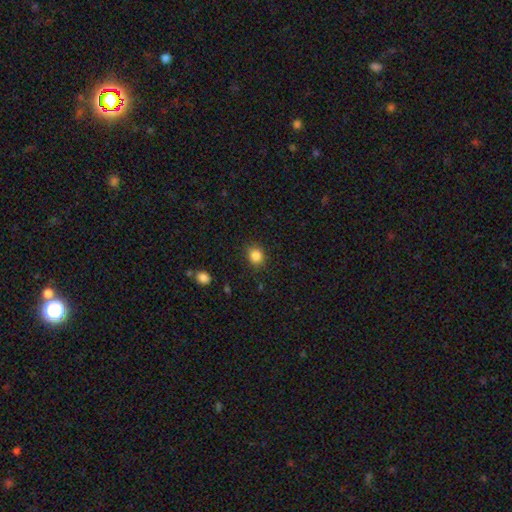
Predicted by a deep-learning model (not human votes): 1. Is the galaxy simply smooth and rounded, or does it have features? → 84% smooth, 11% star or artifact, 5% featured or disk.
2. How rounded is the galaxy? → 72% round, 27% in between, 1% cigar-shaped.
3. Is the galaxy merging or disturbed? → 87% none, 9% minor disturbance, 3% major disturbance, 1% merger.